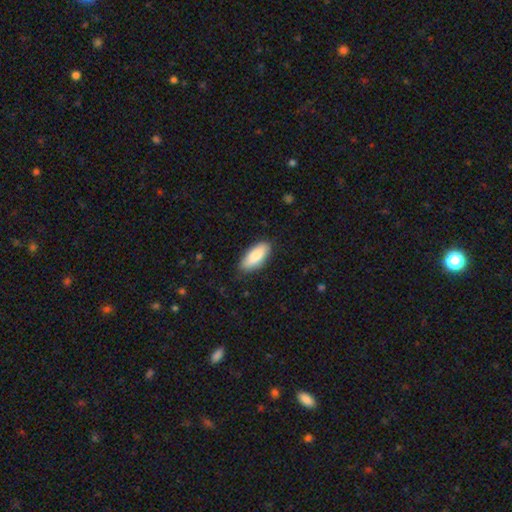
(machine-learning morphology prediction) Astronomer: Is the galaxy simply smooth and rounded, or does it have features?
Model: smooth — 88%.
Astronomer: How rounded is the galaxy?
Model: in between — 85%.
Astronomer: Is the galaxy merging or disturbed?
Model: none — 85%.